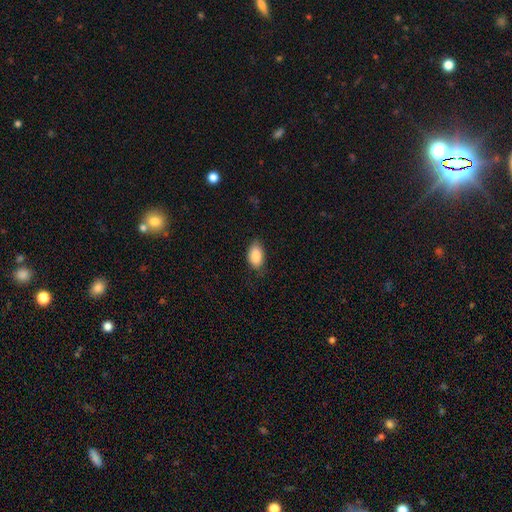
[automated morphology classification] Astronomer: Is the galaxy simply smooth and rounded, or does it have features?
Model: smooth — 87%.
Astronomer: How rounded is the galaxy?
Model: in between — 93%.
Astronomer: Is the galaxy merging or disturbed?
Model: none — 75%.